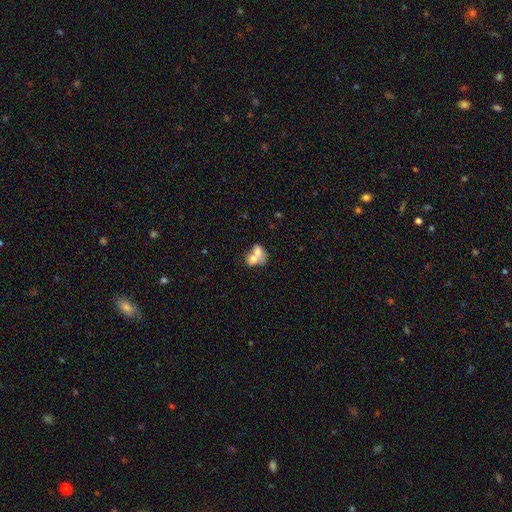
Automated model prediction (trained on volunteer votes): Overall: smooth (63%; featured or disk 28%). How rounded: in between (56%; round 43%). Merging: merger (74%).